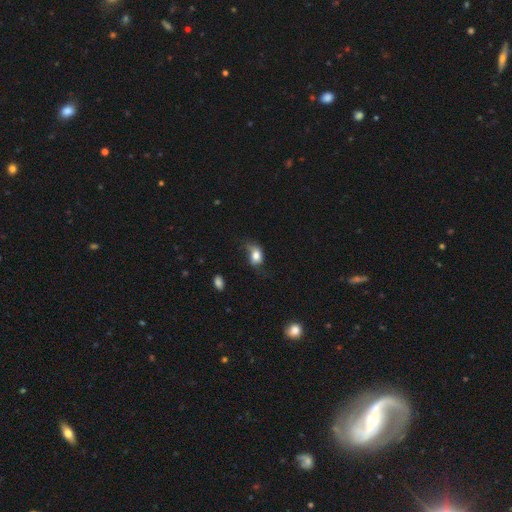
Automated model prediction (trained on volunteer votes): Overall: smooth (73%). How rounded: in between (64%; round 35%). Merging: minor disturbance (35%; none 32%).